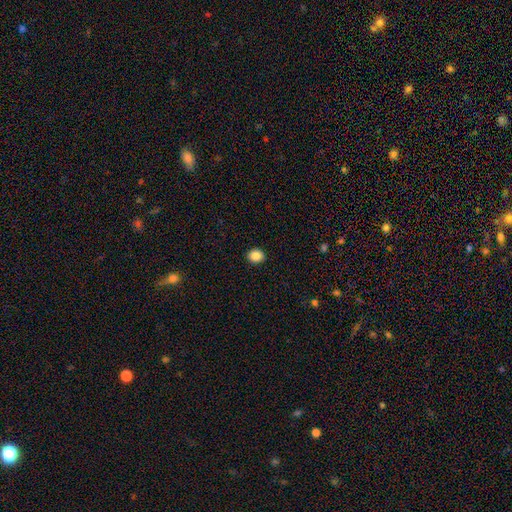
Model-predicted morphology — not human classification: smooth-or-featured: smooth: 87% | star or artifact: 10% | featured or disk: 3%
  how-rounded: round: 74% | in between: 25% | cigar-shaped: 1%
  merging: none: 92% | minor disturbance: 5% | major disturbance: 2% | merger: 1%